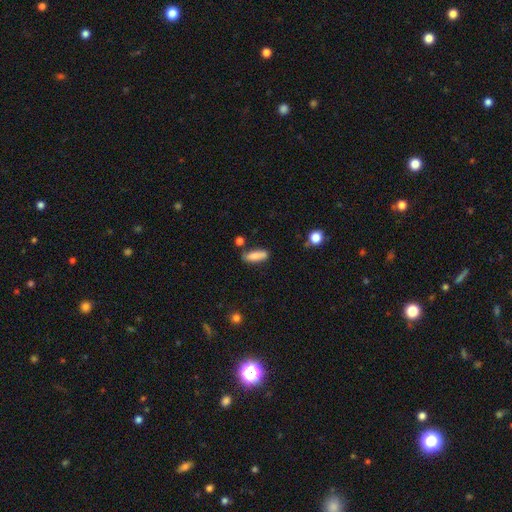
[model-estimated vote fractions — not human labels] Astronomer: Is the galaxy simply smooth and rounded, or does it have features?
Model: smooth — 83%.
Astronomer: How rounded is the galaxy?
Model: in between — 50% (runner-up: cigar-shaped, 48%).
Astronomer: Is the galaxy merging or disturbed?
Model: none — 74%.